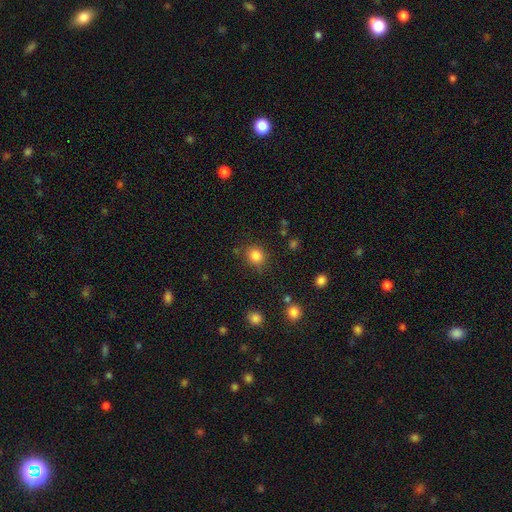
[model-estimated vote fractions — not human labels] smooth_or_featured: smooth (p=0.83) [alt: star or artifact p=0.12]
how_rounded: round (p=0.80) [alt: in between p=0.19]
merging: none (p=0.79) [alt: minor disturbance p=0.14]